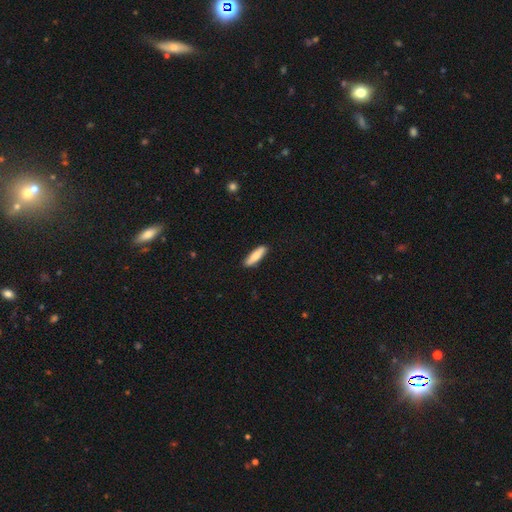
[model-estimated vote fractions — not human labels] A smooth galaxy with no disk features (80%) that is cigar-shaped (70%).

Vote fractions:
- Smooth or featured? smooth: 80% / featured or disk: 15% / star or artifact: 6%
- How rounded? cigar-shaped: 70% / in between: 29% / round: 2%
- Merging? none: 89% / minor disturbance: 9% / major disturbance: 2% / merger: 1%